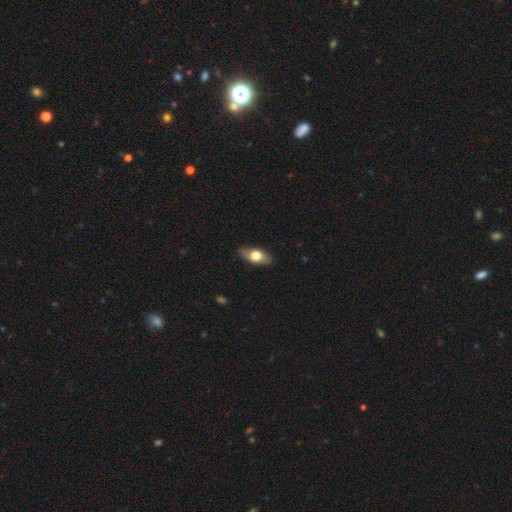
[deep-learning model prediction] This is likely a smooth galaxy (66%). How rounded: clearly in between (85%). Merging: clearly none (84%).